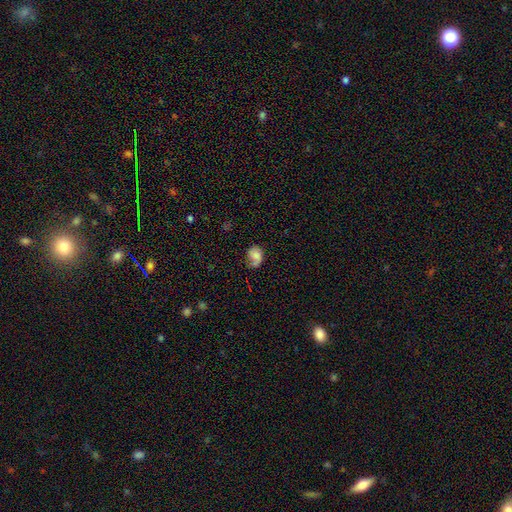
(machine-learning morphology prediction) This is likely a smooth galaxy (66%). How rounded: likely in between (67%). Merging: marginally none (44%).